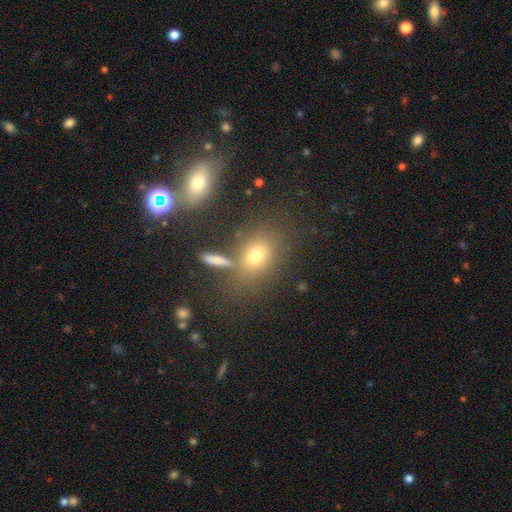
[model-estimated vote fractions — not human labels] smooth-or-featured: smooth: 65% | star or artifact: 20% | featured or disk: 15%
  how-rounded: in between: 60% | round: 37% | cigar-shaped: 3%
  merging: none: 67% | merger: 14% | minor disturbance: 13% | major disturbance: 6%